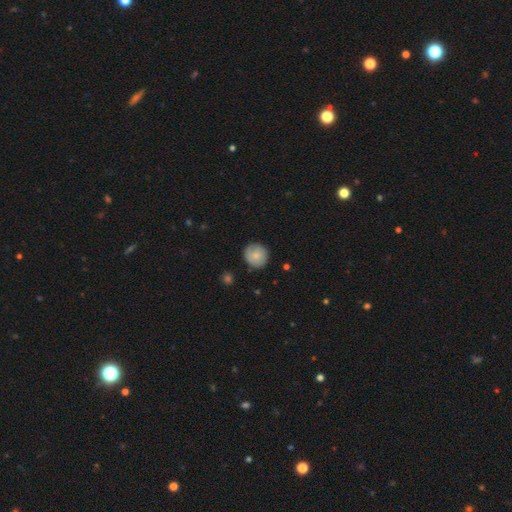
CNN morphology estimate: A smooth galaxy with no disk features (72%) that is round (91%). Merging: none (81%).